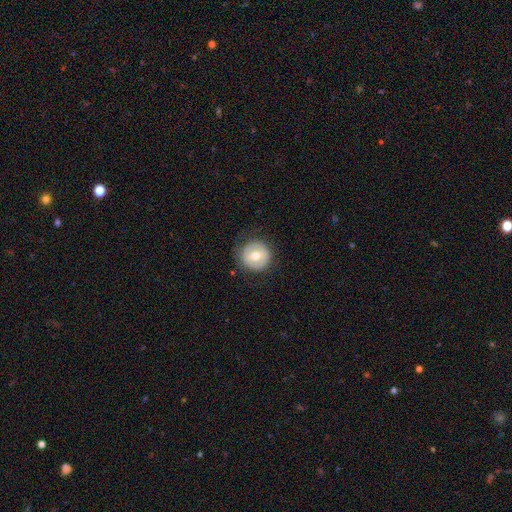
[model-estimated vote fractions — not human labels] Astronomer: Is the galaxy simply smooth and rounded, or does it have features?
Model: smooth — 56% (runner-up: featured or disk, 37%).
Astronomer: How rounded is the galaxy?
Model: round — 94%.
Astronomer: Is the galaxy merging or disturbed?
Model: none — 83%.